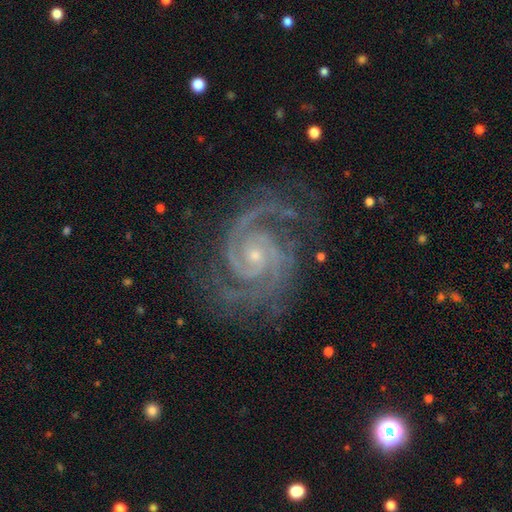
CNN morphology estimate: The model was most divided on "spiral winding": tight: 62%, medium: 34%, loose: 4%. More confident: spiral arms — yes (99%); edge-on disk — no (98%); smooth or featured — featured or disk (93%); bulge size — small (75%); merging — none (72%); bar — no (69%); spiral arm count — 2 (66%).